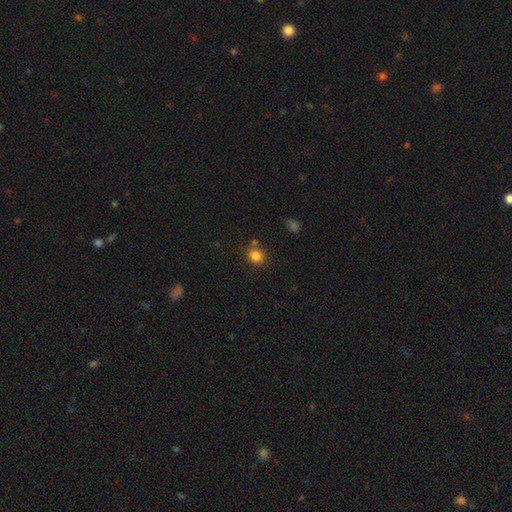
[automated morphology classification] Smooth or featured? Predicted: smooth (p=0.83). How rounded? Predicted: round (p=0.83). Merging? Predicted: none (p=0.78).